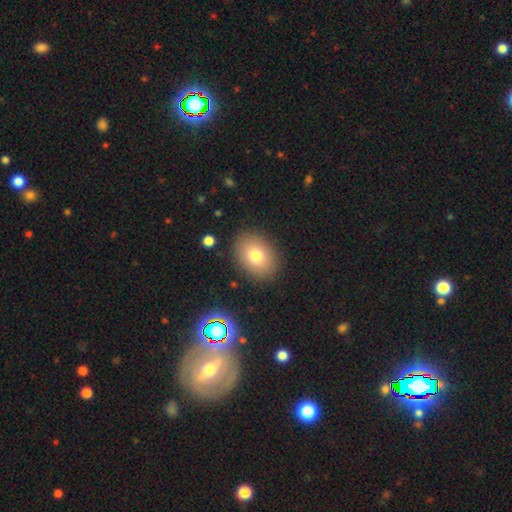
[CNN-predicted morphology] smooth_or_featured: smooth (p=0.77) [alt: featured or disk p=0.12]
how_rounded: in between (p=0.65) [alt: round p=0.34]
merging: none (p=0.87) [alt: minor disturbance p=0.08]